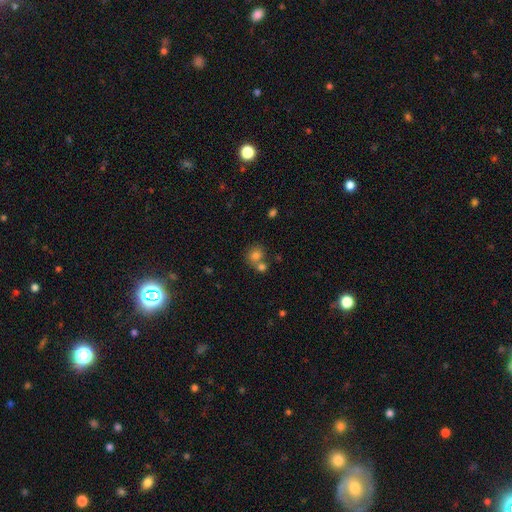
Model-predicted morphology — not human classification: The model was most divided on "merging": none: 45%, merger: 42%, minor disturbance: 9%, major disturbance: 4%. More confident: smooth or featured — smooth (78%); how rounded — round (72%).